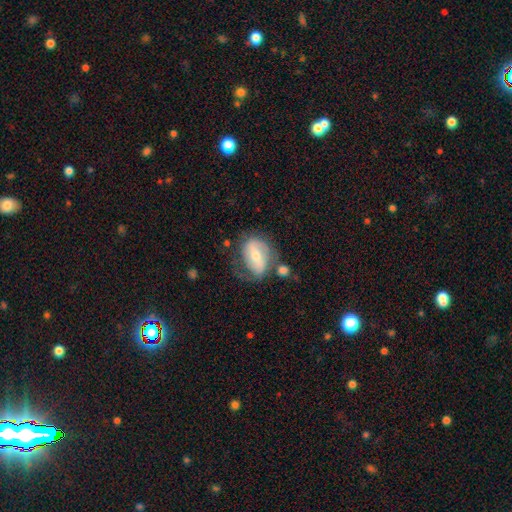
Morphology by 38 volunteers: A featured or disk galaxy (61%) with a strong bar (62%), 2 (50%) loose (56%) spiral arms (76%) and a moderate central bulge (52%).

Vote fractions:
- Smooth or featured? featured or disk: 61% / smooth: 34% / star or artifact: 5%
- Edge-on disk? no: 91% / yes: 9%
- Bar? strong: 62% / weak: 24% / no: 14%
- Spiral arms? yes: 76% / no: 24%
- Spiral winding? loose: 56% / medium: 25% / tight: 19%
- Spiral arm count? 2: 50% / 1: 25% / can't tell: 25% / 3: 0% / 4: 0% / more than 4: 0%
- Bulge size? moderate: 52% / small: 33% / large: 14% / dominant: 0% / none: 0%
- Merging? minor disturbance: 33% / none: 31% / major disturbance: 25% / merger: 11%